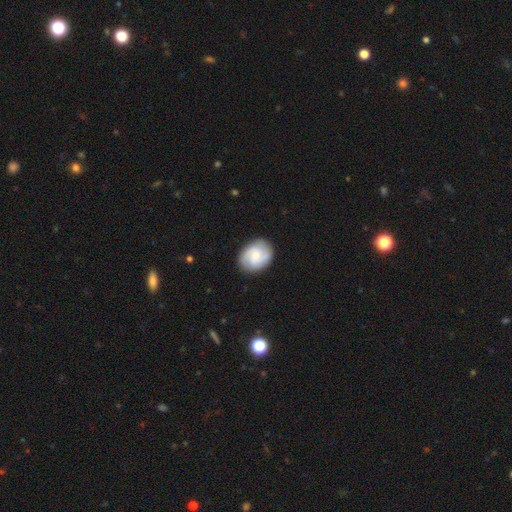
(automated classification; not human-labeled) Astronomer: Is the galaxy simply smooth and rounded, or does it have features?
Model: featured or disk — 53% (runner-up: smooth, 40%).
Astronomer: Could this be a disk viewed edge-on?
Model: no — 97%.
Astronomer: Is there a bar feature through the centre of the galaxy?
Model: no — 60% (runner-up: weak, 35%).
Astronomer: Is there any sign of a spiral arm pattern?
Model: yes — 91%.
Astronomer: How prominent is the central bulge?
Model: small — 55% (runner-up: moderate, 35%).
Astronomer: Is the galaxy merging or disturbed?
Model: none — 85%.